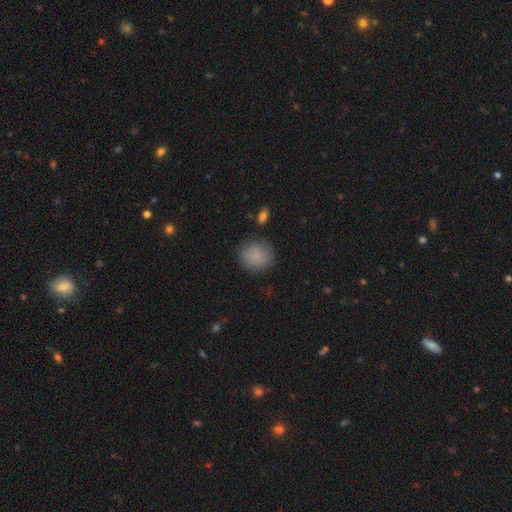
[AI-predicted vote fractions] smooth 86%, star or artifact 8%, featured or disk 6%. Down the decision tree: how rounded — round (89%); merging — none (84%).